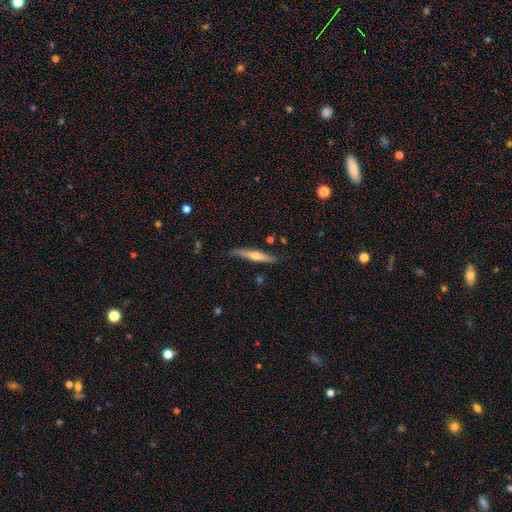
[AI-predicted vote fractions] Q: Smooth or featured?
A: featured or disk (57%); runner-up: smooth (38%)
Q: Edge-on disk?
A: yes (95%); runner-up: no (5%)
Q: Edge-on bulge?
A: rounded (83%); runner-up: none (12%)
Q: Merging?
A: none (79%); runner-up: minor disturbance (16%)